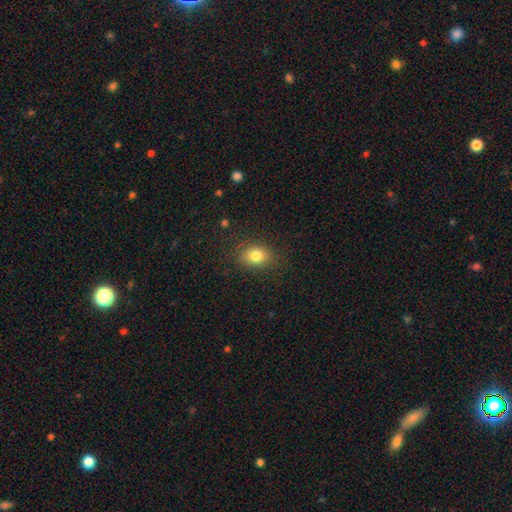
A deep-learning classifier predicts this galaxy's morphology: smooth_or_featured: smooth (p=0.81) [alt: star or artifact p=0.11]
how_rounded: in between (p=0.59) [alt: round p=0.40]
merging: none (p=0.84) [alt: minor disturbance p=0.11]